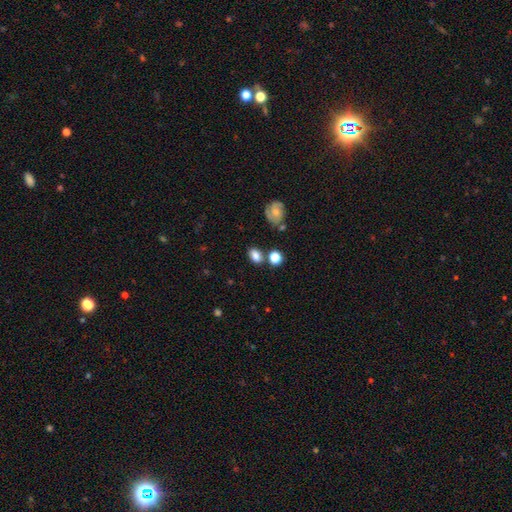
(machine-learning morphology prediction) The model was most divided on "merging": none: 71%, minor disturbance: 14%, merger: 11%, major disturbance: 5%. More confident: smooth or featured — smooth (81%); how rounded — in between (79%).